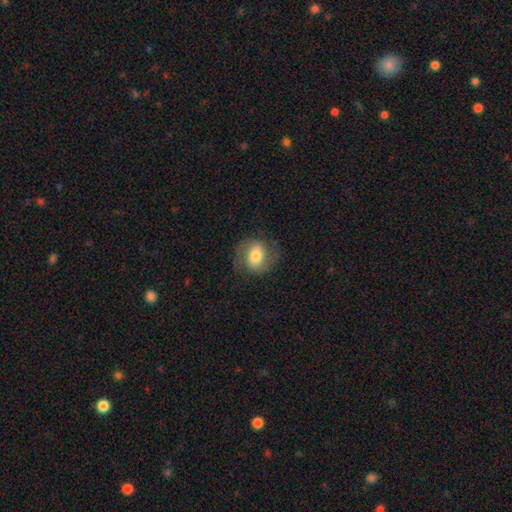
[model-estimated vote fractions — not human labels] This appears to be a featured or disk galaxy (59%) with a weak bar (38%), spiral arms (87%) and a moderate central bulge (56%). Merging: none (77%).